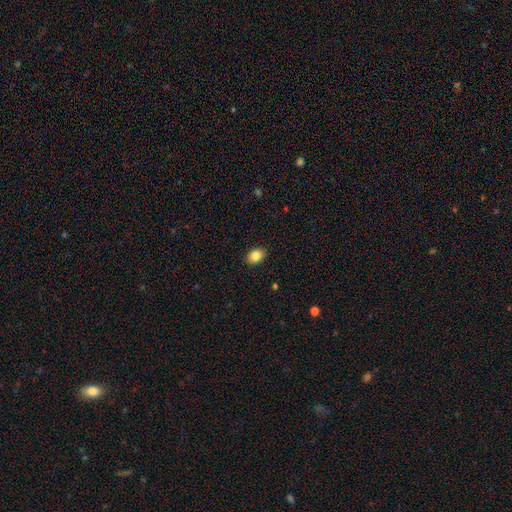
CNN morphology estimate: Smooth or featured?
  - smooth: 85% *
  - star or artifact: 9%
  - featured or disk: 6%
How rounded?
  - in between: 72% *
  - round: 27%
  - cigar-shaped: 1%
Merging?
  - none: 90% *
  - minor disturbance: 8%
  - major disturbance: 2%
  - merger: 1%